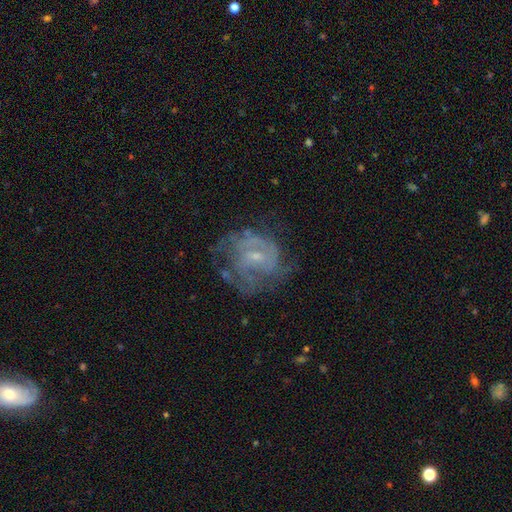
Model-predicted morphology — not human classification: A featured or disk galaxy (78%) with no bar (49%), tight (48%) spiral arms (83%) and a small central bulge (68%). Merging: none (57%).